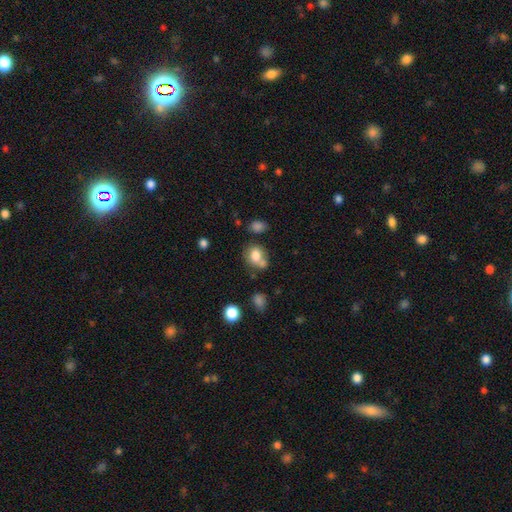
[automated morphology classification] This appears to be a smooth galaxy with no disk features (77%) that is round (52%). Merging: none (47%).